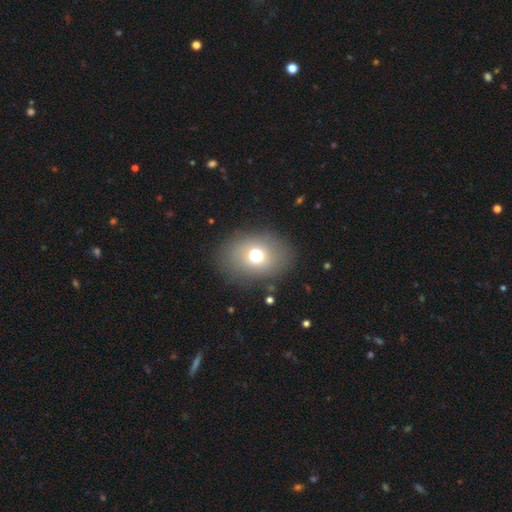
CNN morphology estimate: type=smooth (68%); roundness=in between (58%); merging=none (83%).